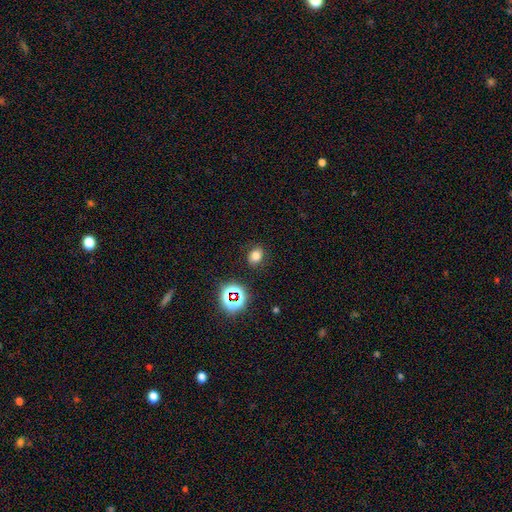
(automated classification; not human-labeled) This is likely a smooth galaxy (71%). How rounded: possibly in between (55%). Merging: clearly none (83%).